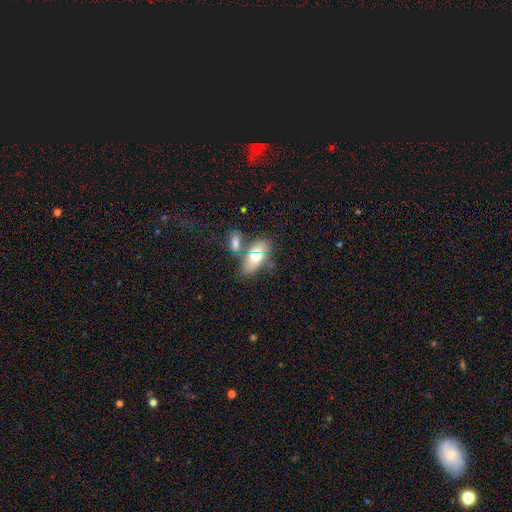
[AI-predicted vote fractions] A smooth galaxy with no disk features (68%) that is in between round and cigar-shaped (87%). Merging: none (52%).